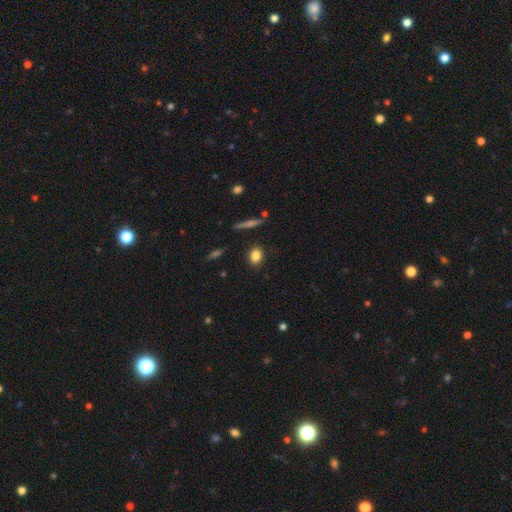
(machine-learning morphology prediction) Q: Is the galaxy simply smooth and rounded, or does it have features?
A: smooth — 84%.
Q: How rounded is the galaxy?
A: in between — 54%.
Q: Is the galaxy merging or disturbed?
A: none — 87%.